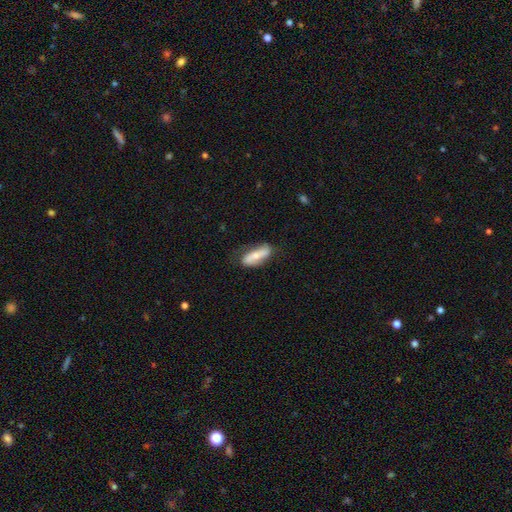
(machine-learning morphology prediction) type=smooth (51%); roundness=in between (69%); merging=none (68%).